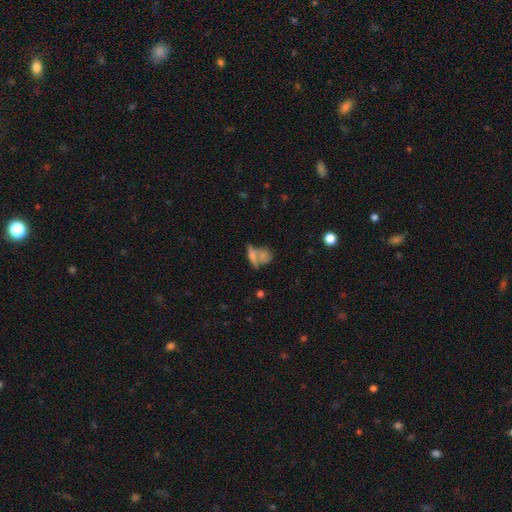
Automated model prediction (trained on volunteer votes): Smooth or featured: smooth — 60% (featured or disk — 27%)
How rounded: in between — 52% (round — 29%)
Merging: merger — 48% (none — 33%)